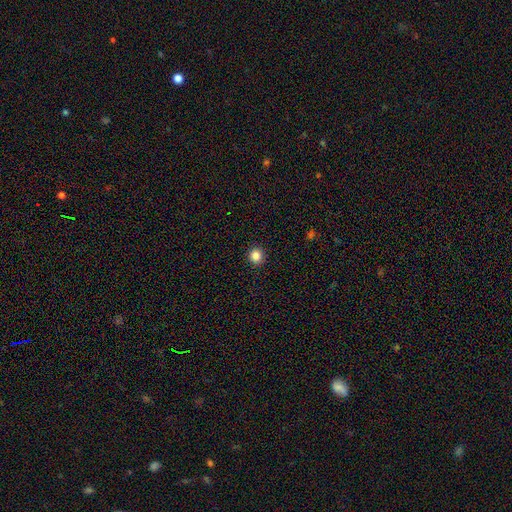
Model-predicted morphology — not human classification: A smooth galaxy with no disk features (86%) that is round (92%). Merging: none (93%).